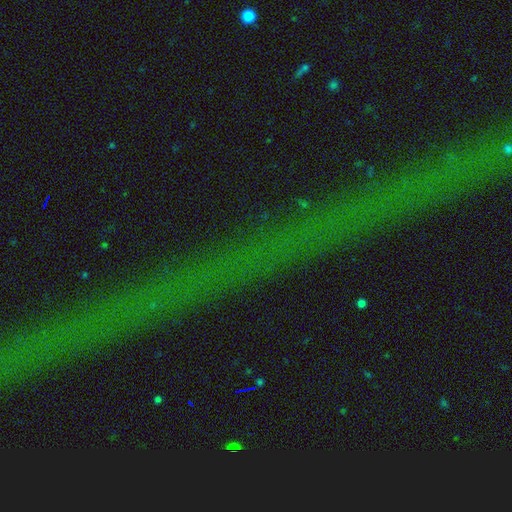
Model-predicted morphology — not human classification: A star or artifact, not a galaxy (68%).

Vote fractions:
- Smooth or featured? star or artifact: 68% / featured or disk: 20% / smooth: 12%